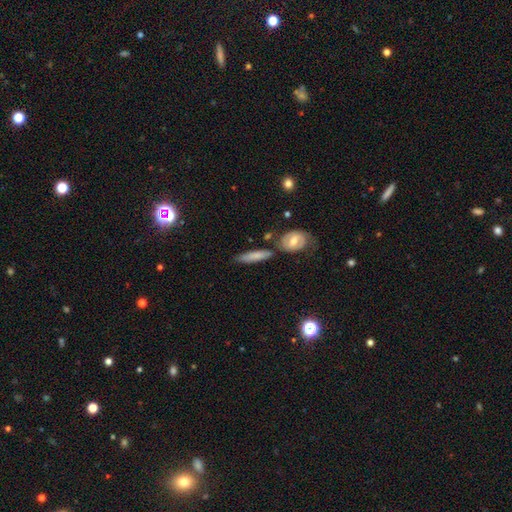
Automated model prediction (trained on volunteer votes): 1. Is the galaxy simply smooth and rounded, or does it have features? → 68% smooth, 26% featured or disk, 6% star or artifact.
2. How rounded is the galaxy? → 71% cigar-shaped, 26% in between, 3% round.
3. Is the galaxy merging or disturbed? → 68% none, 16% minor disturbance, 12% merger, 4% major disturbance.